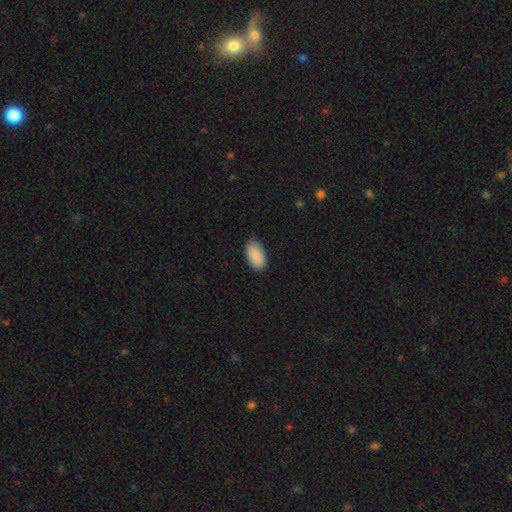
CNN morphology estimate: Smooth or featured? Predicted: smooth (p=0.91). How rounded? Predicted: in between (p=0.95). Merging? Predicted: none (p=0.85).